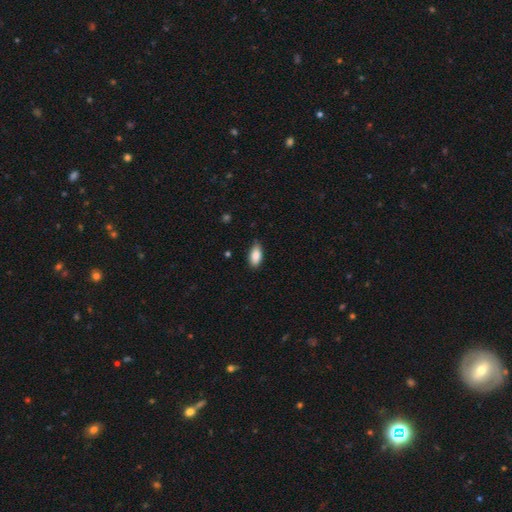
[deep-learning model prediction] Overall: smooth (88%). How rounded: in between (90%). Merging: none (79%).